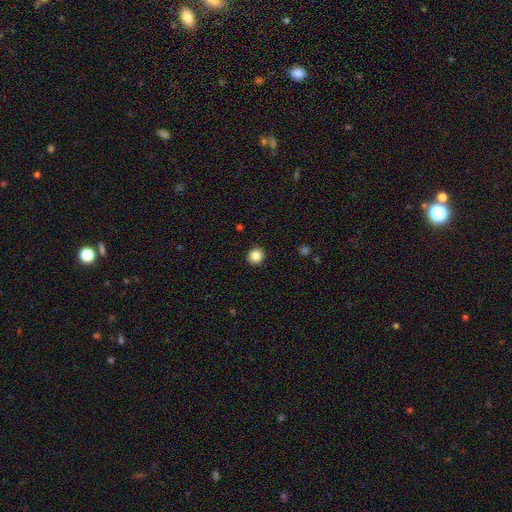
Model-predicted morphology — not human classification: Smooth or featured: smooth — 85% (star or artifact — 10%)
How rounded: round — 94% (in between — 5%)
Merging: none — 93% (minor disturbance — 5%)